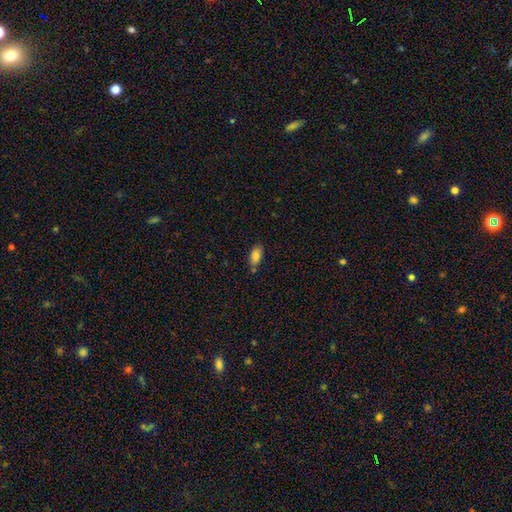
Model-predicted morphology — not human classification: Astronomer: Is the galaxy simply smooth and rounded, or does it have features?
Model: smooth — 83%.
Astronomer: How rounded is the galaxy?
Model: in between — 90%.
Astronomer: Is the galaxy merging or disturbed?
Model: none — 71%.